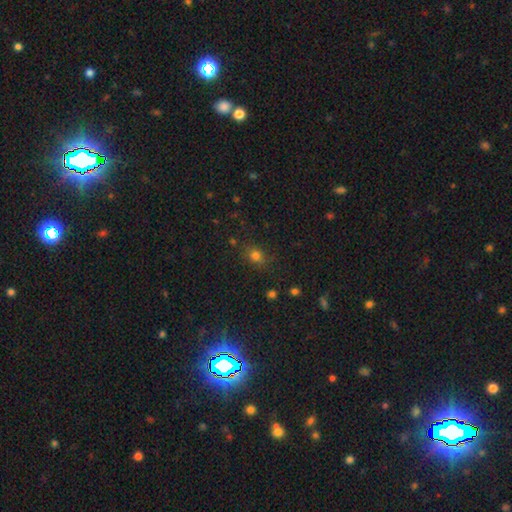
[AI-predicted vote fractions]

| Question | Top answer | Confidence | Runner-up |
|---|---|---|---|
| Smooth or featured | smooth | 75% | star or artifact (18%) |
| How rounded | round | 57% | in between (41%) |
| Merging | none | 78% | minor disturbance (15%) |